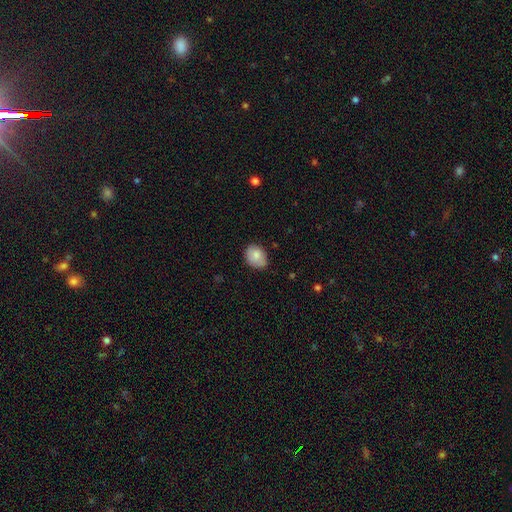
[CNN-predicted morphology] smooth 82%, featured or disk 10%, star or artifact 7%. Down the decision tree: how rounded — in between (65%); merging — none (72%).